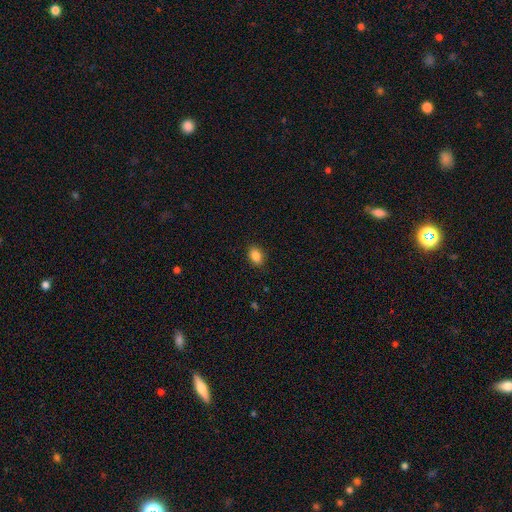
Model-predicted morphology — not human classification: smooth_or_featured: smooth (p=0.86) [alt: star or artifact p=0.09]
how_rounded: in between (p=0.73) [alt: round p=0.26]
merging: none (p=0.89) [alt: minor disturbance p=0.08]